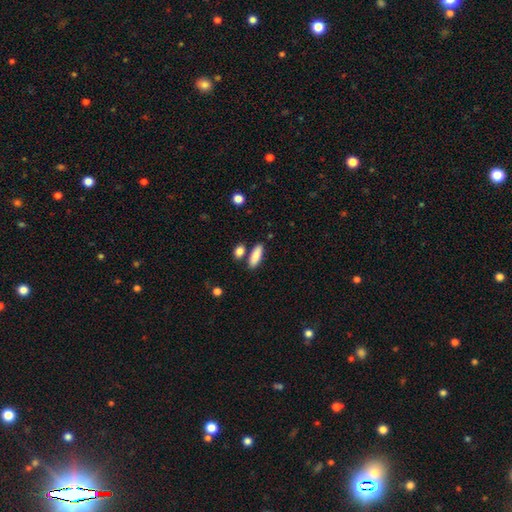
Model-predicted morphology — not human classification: Smooth or featured?
  - smooth: 87% *
  - featured or disk: 6%
  - star or artifact: 6%
How rounded?
  - in between: 60% *
  - cigar-shaped: 37%
  - round: 3%
Merging?
  - none: 77% *
  - merger: 10%
  - minor disturbance: 10%
  - major disturbance: 3%